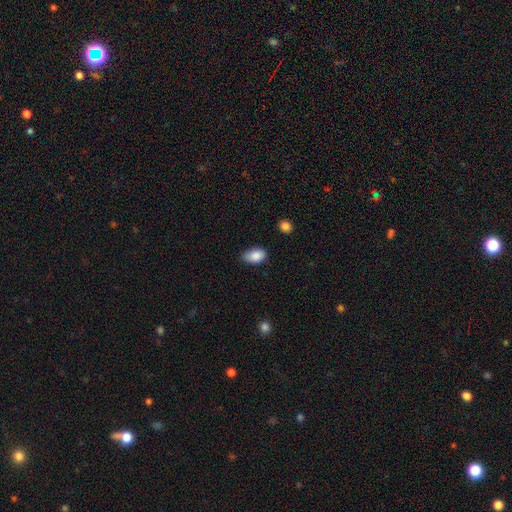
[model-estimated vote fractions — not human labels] Smooth or featured: smooth — 87% (star or artifact — 8%)
How rounded: in between — 91% (round — 7%)
Merging: none — 70% (minor disturbance — 25%)